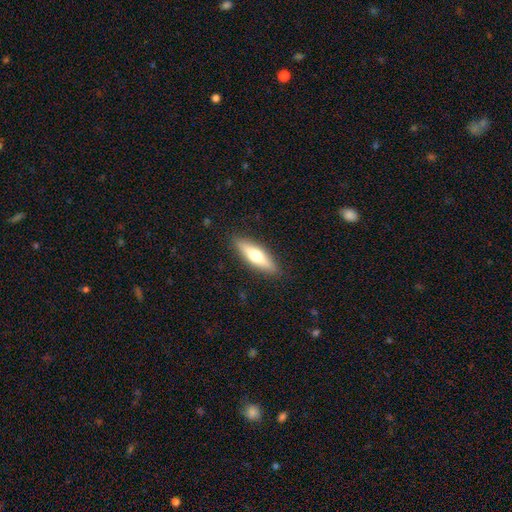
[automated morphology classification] Overall: smooth (53%; featured or disk 41%). How rounded: cigar-shaped (62%; in between 35%). Merging: none (89%).